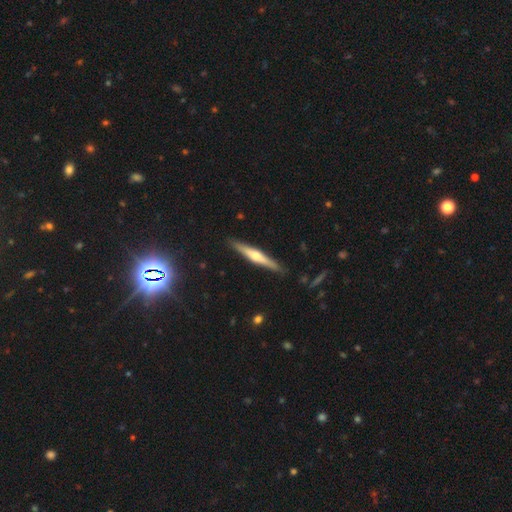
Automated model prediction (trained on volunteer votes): Morphology: type=featured or disk (61%); edge-on=yes (97%); edge-on bulge=rounded (84%); merging=none (89%).